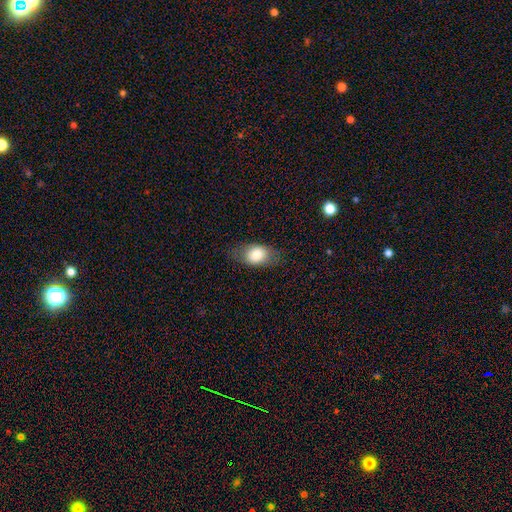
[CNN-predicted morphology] The model was most divided on "how rounded": in between: 80%, round: 18%, cigar-shaped: 2%. More confident: merging — none (79%); smooth or featured — smooth (78%).